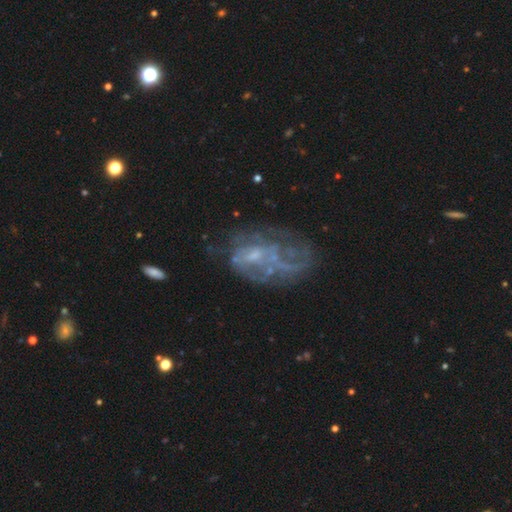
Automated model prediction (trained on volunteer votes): Smooth or featured? Predicted: featured or disk (p=0.69). Edge-on disk? Predicted: no (p=0.97). Bar? Predicted: no (p=0.69). Spiral arms? Predicted: no (p=0.56). Bulge size? Predicted: small (p=0.42). Merging? Predicted: none (p=0.36, tied with major disturbance).